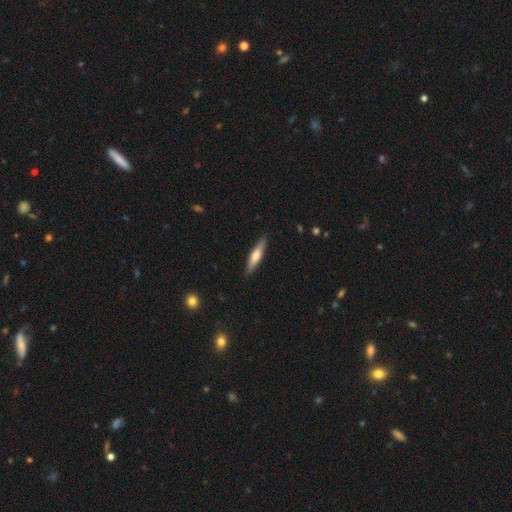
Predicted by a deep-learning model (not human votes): Overall: smooth (54%; featured or disk 41%). How rounded: cigar-shaped (82%). Merging: none (89%).